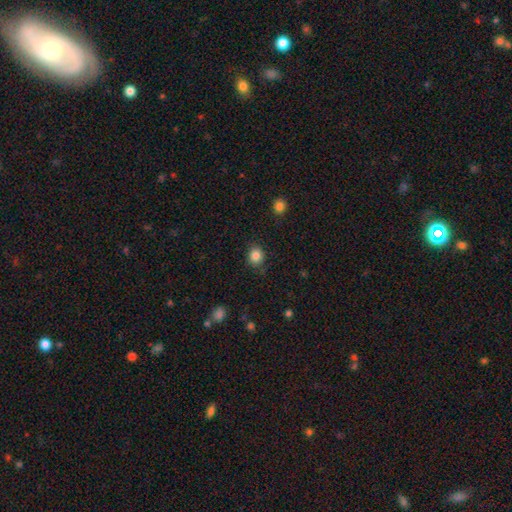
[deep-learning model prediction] Morphology: type=smooth (85%); roundness=round (78%); merging=none (84%).